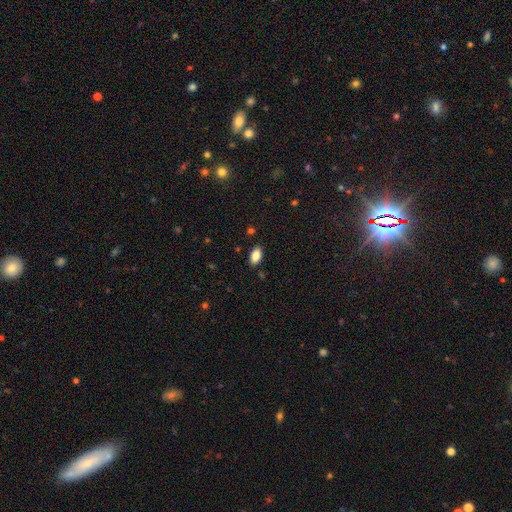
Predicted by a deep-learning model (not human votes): Smooth or featured? Predicted: smooth (p=0.86). How rounded? Predicted: in between (p=0.93). Merging? Predicted: none (p=0.87).